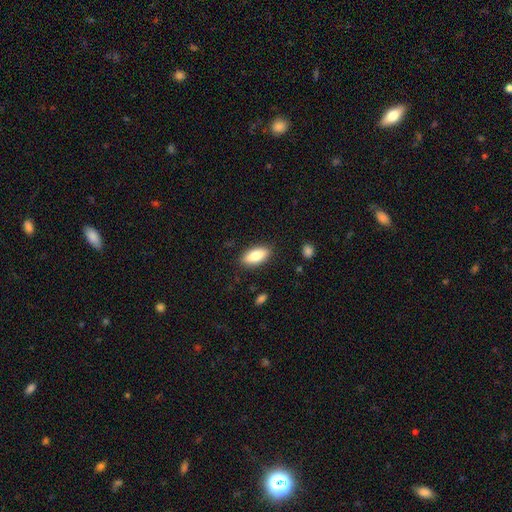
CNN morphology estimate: Q: Smooth or featured?
A: smooth (82%); runner-up: featured or disk (12%)
Q: How rounded?
A: in between (85%); runner-up: cigar-shaped (13%)
Q: Merging?
A: none (87%); runner-up: minor disturbance (9%)